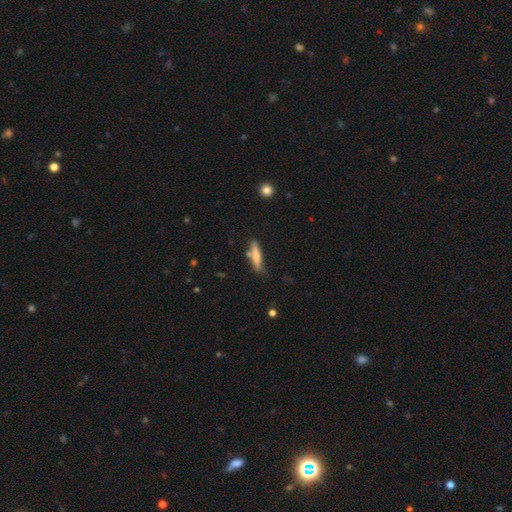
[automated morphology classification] A smooth galaxy with no disk features (66%) that is cigar-shaped (82%).

Vote fractions:
- Smooth or featured? smooth: 66% / featured or disk: 28% / star or artifact: 7%
- How rounded? cigar-shaped: 82% / in between: 16% / round: 2%
- Merging? none: 70% / minor disturbance: 19% / merger: 8% / major disturbance: 4%